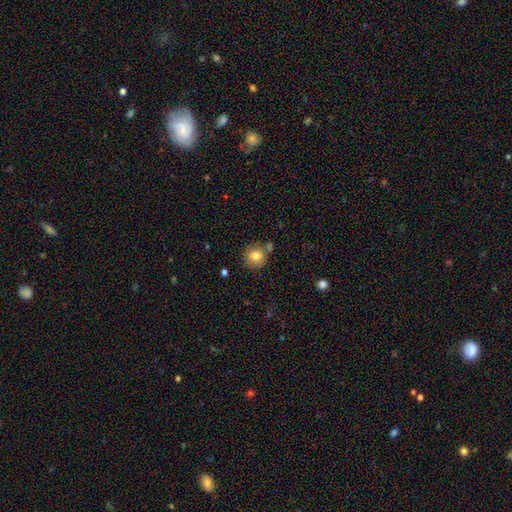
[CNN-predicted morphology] Smooth or featured? smooth (80%)
How rounded? round (92%)
Merging? none (73%)